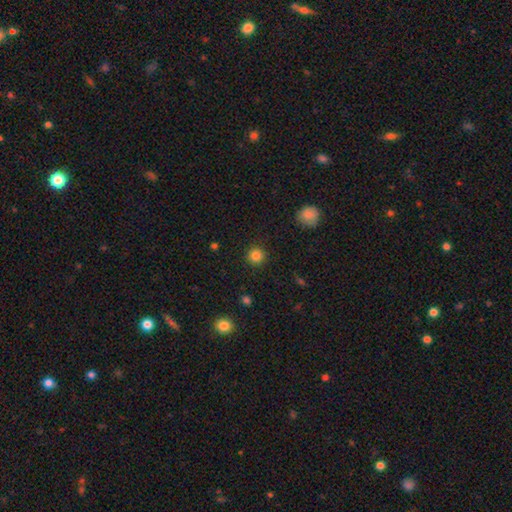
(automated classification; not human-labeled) This appears to be a smooth galaxy with no disk features (84%) that is round (94%). Merging: none (92%).